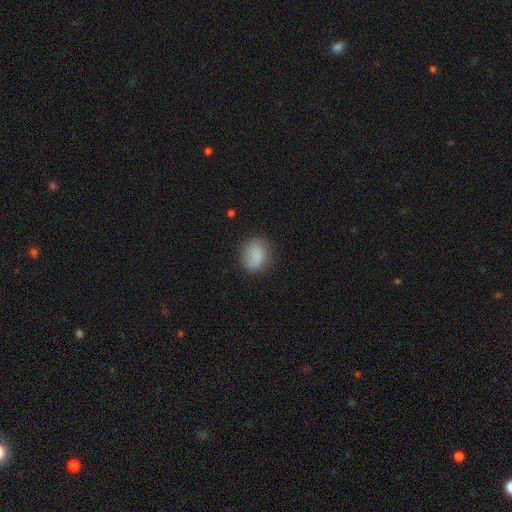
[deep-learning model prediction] Smooth or featured: smooth — 84% (star or artifact — 9%)
How rounded: in between — 51% (round — 48%)
Merging: none — 74% (minor disturbance — 19%)